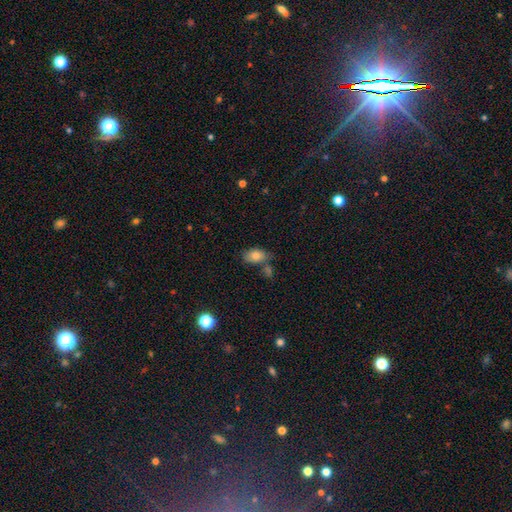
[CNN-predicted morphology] This is clearly a smooth galaxy (81%). How rounded: clearly in between (89%). Merging: possibly none (56%).